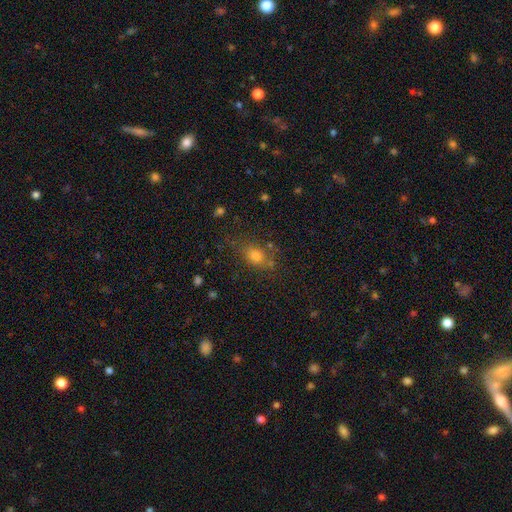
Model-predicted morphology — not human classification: smooth_or_featured: smooth (p=0.72) [alt: star or artifact p=0.17]
how_rounded: round (p=0.50) [alt: in between p=0.47]
merging: none (p=0.69) [alt: minor disturbance p=0.18]